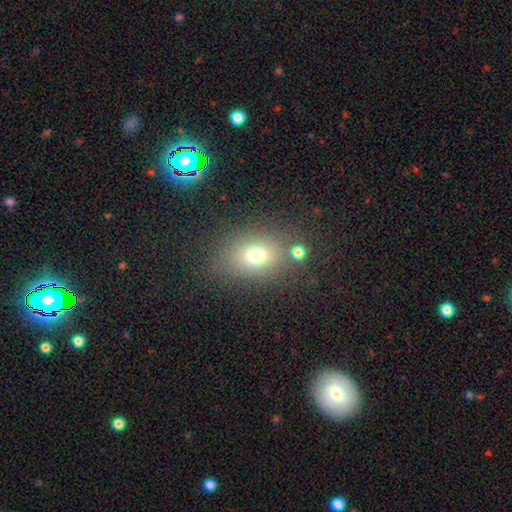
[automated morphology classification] The model was most divided on "how rounded": in between: 59%, round: 40%, cigar-shaped: 1%. More confident: smooth or featured — smooth (72%); merging — none (72%).